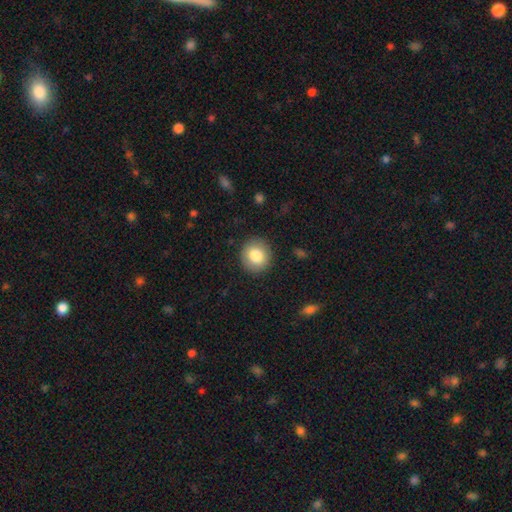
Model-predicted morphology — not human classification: Overall: smooth (82%). How rounded: round (88%). Merging: none (90%).